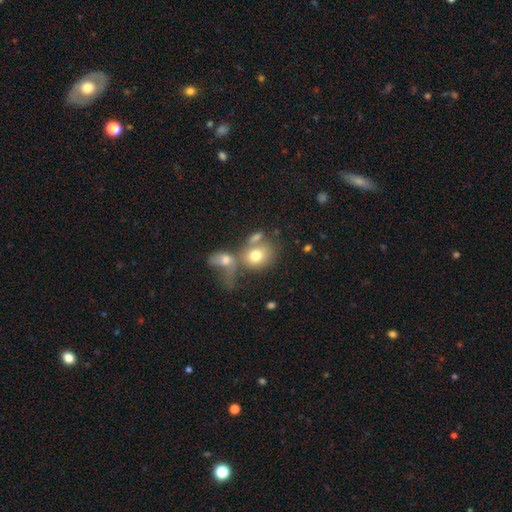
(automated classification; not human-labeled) Q: Smooth or featured?
A: smooth (53%); runner-up: star or artifact (25%)
Q: How rounded?
A: round (73%); runner-up: in between (23%)
Q: Merging?
A: merger (48%); runner-up: none (38%)